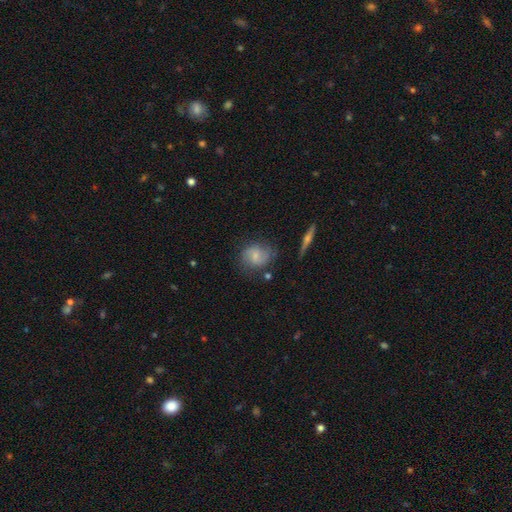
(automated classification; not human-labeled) Q: Smooth or featured?
A: smooth (52%); runner-up: featured or disk (40%)
Q: How rounded?
A: round (72%); runner-up: in between (26%)
Q: Merging?
A: none (70%); runner-up: minor disturbance (20%)